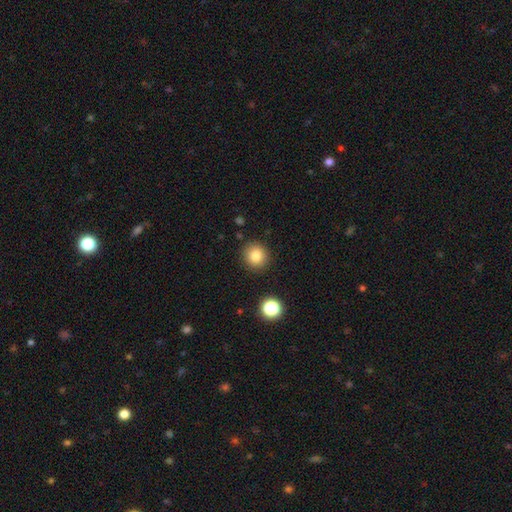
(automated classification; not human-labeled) Overall: smooth (82%). How rounded: round (92%). Merging: none (89%).